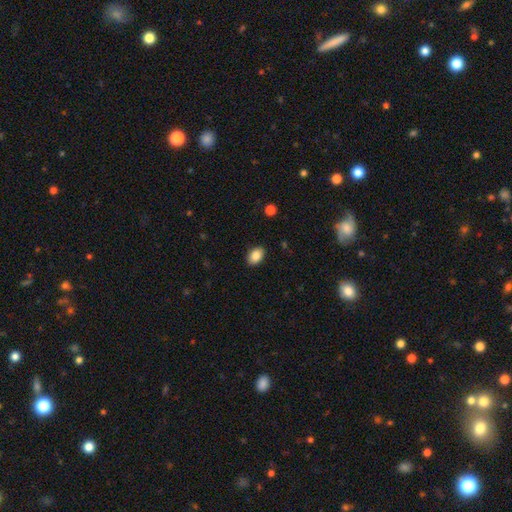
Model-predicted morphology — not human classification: A smooth galaxy with no disk features (87%) that is in between round and cigar-shaped (83%).

Vote fractions:
- Smooth or featured? smooth: 87% / star or artifact: 8% / featured or disk: 6%
- How rounded? in between: 83% / round: 16% / cigar-shaped: 1%
- Merging? none: 89% / minor disturbance: 8% / major disturbance: 2% / merger: 1%